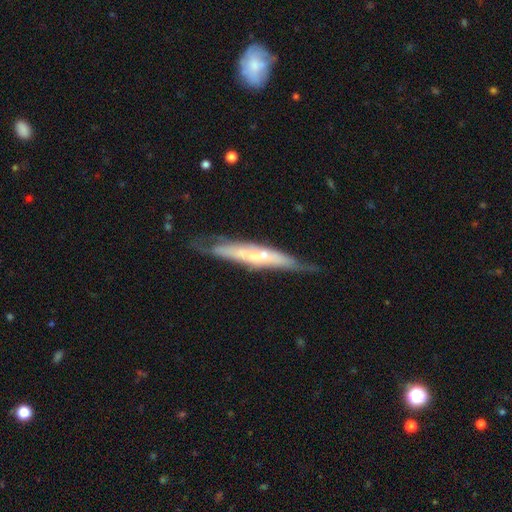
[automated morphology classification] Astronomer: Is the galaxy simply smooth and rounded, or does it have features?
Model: featured or disk — 66%.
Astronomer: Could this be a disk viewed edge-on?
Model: yes — 75%.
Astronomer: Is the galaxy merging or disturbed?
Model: none — 65%.